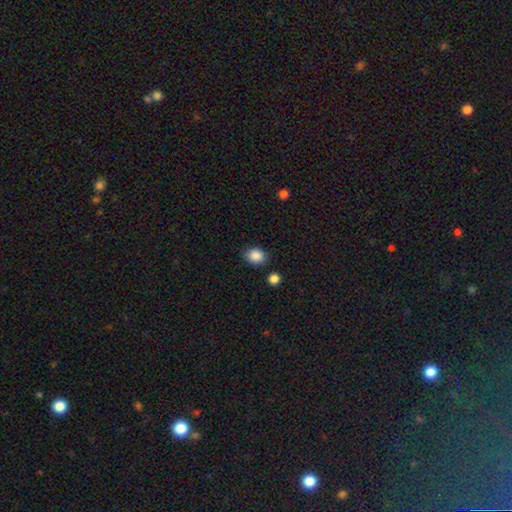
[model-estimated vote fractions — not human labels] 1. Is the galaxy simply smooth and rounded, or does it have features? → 88% smooth, 9% star or artifact, 3% featured or disk.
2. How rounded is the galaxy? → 51% in between, 48% round, 1% cigar-shaped.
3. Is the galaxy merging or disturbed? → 81% none, 13% minor disturbance, 3% merger, 3% major disturbance.